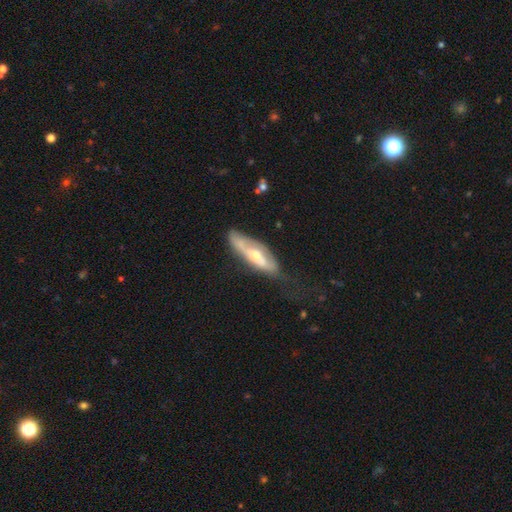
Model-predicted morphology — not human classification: A featured or disk galaxy (60%). Merging: none (46%).